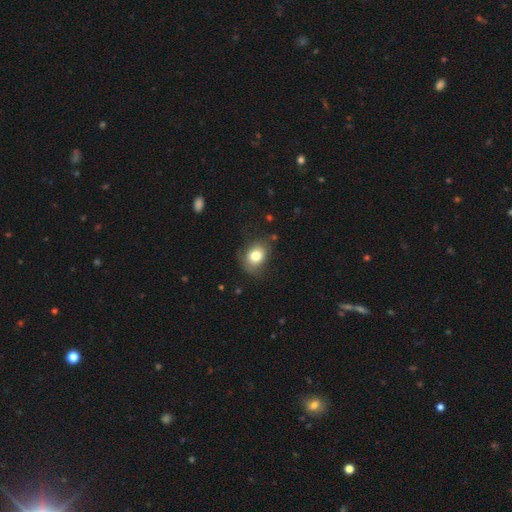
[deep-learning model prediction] Q: Smooth or featured?
A: smooth (78%); runner-up: featured or disk (13%)
Q: How rounded?
A: in between (53%); runner-up: round (46%)
Q: Merging?
A: none (67%); runner-up: minor disturbance (23%)